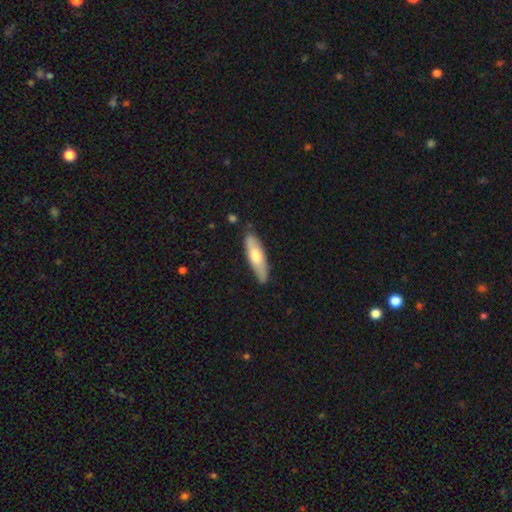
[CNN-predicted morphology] This appears to be a smooth galaxy with no disk features (60%) that is cigar-shaped (67%). Merging: none (83%).